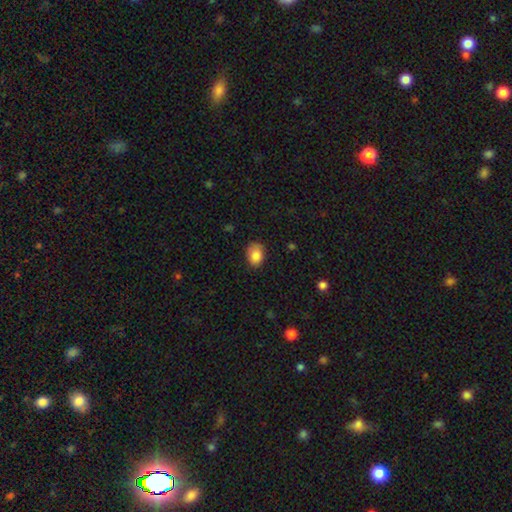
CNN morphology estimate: Smooth or featured?
  - smooth: 85% *
  - star or artifact: 8%
  - featured or disk: 6%
How rounded?
  - in between: 68% *
  - round: 31%
  - cigar-shaped: 1%
Merging?
  - none: 73% *
  - minor disturbance: 22%
  - major disturbance: 4%
  - merger: 1%